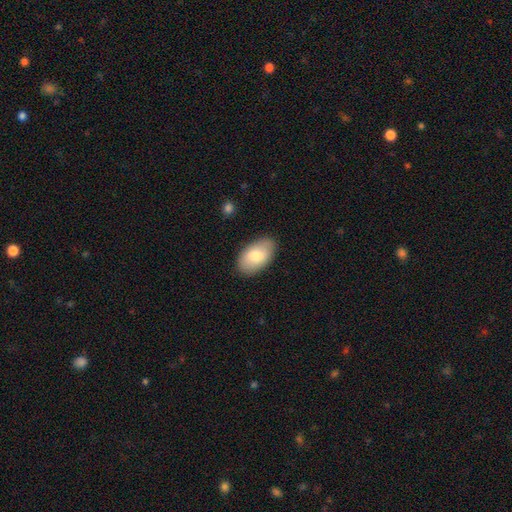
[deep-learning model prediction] This is likely a smooth galaxy (78%). How rounded: clearly in between (95%). Merging: clearly none (86%).